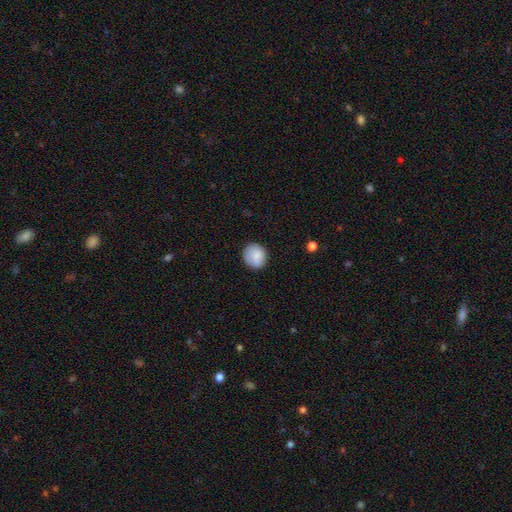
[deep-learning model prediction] smooth 86%, star or artifact 8%, featured or disk 7%. Down the decision tree: how rounded — round (74%); merging — none (81%).